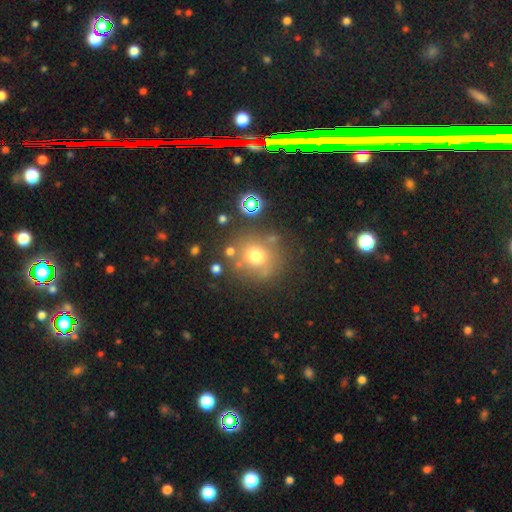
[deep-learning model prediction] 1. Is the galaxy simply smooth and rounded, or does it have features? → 65% smooth, 19% star or artifact, 15% featured or disk.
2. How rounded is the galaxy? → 88% round, 11% in between, 1% cigar-shaped.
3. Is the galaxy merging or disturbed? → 71% none, 14% minor disturbance, 8% merger, 7% major disturbance.